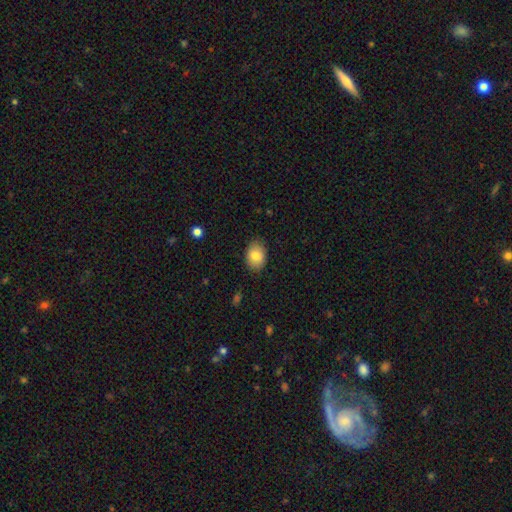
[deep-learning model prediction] A smooth galaxy with no disk features (84%) that is in between round and cigar-shaped (72%). Merging: none (84%).